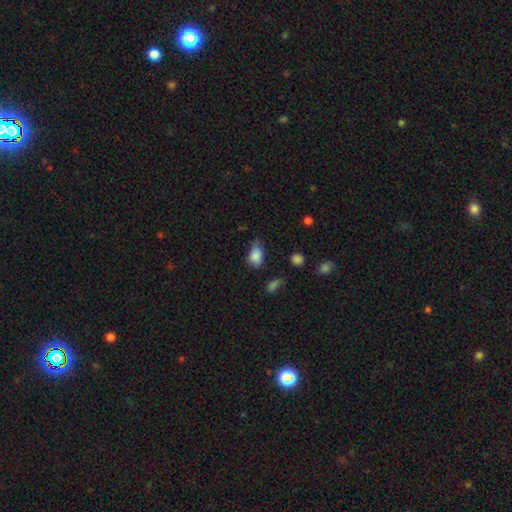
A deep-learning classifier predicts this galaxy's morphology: smooth_or_featured: smooth (p=0.83) [alt: star or artifact p=0.10]
how_rounded: in between (p=0.80) [alt: round p=0.18]
merging: minor disturbance (p=0.43) [alt: none p=0.41]